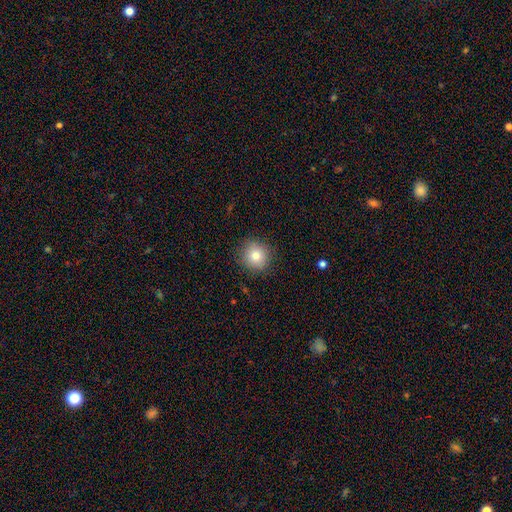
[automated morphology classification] smooth-or-featured: smooth: 78% | star or artifact: 11% | featured or disk: 11%
  how-rounded: round: 92% | in between: 7% | cigar-shaped: 1%
  merging: none: 88% | minor disturbance: 8% | major disturbance: 3% | merger: 1%